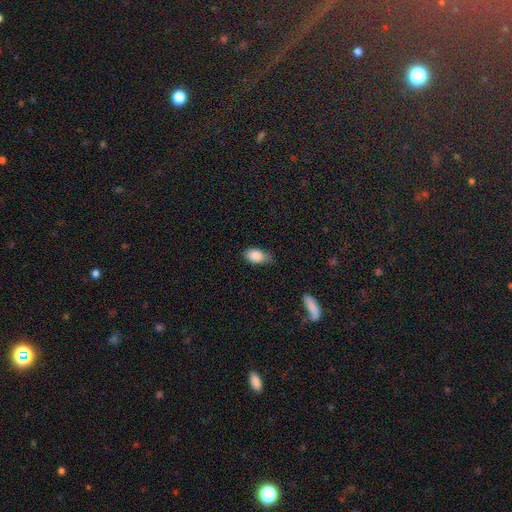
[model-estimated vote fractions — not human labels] smooth 86%, star or artifact 7%, featured or disk 6%. Down the decision tree: how rounded — in between (88%); merging — none (54%).